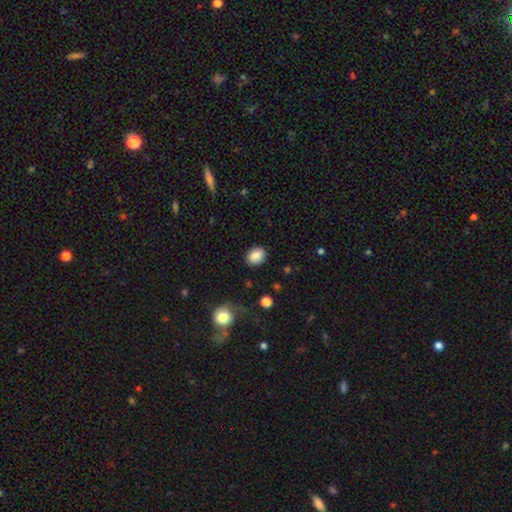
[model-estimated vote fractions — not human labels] smooth-or-featured: smooth: 87% | star or artifact: 8% | featured or disk: 4%
  how-rounded: in between: 53% | round: 46% | cigar-shaped: 1%
  merging: none: 86% | minor disturbance: 10% | major disturbance: 3% | merger: 1%